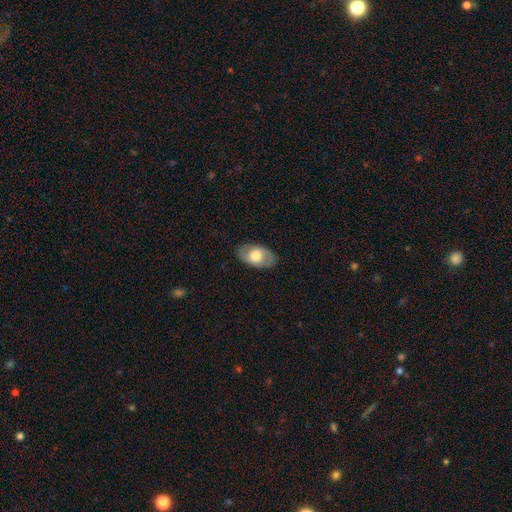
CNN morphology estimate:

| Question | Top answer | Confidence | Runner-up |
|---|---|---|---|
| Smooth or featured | smooth | 53% | featured or disk (41%) |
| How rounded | in between | 91% | round (7%) |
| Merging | none | 83% | minor disturbance (13%) |